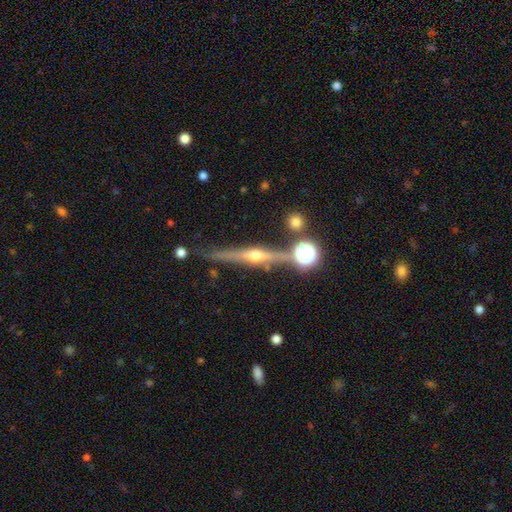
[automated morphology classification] Smooth or featured?
  - featured or disk: 79% *
  - smooth: 12%
  - star or artifact: 9%
Edge-on disk?
  - yes: 97% *
  - no: 3%
Edge-on bulge?
  - rounded: 93% *
  - none: 4%
  - boxy: 3%
Merging?
  - none: 82% *
  - minor disturbance: 11%
  - merger: 5%
  - major disturbance: 3%